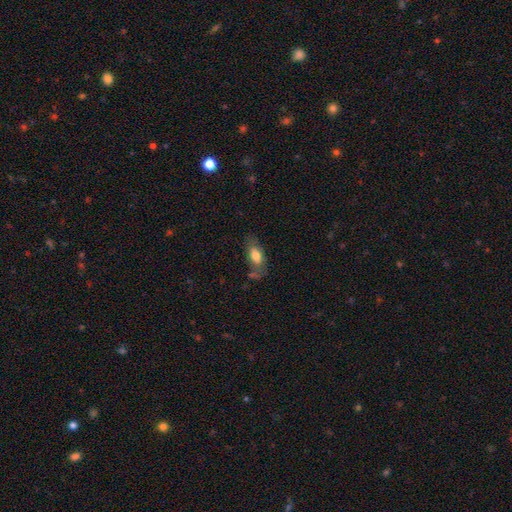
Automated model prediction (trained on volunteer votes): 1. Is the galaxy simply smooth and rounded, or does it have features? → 72% smooth, 21% featured or disk, 7% star or artifact.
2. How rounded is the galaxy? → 86% in between, 9% cigar-shaped, 5% round.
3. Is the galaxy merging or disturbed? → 56% none, 25% minor disturbance, 11% major disturbance, 9% merger.